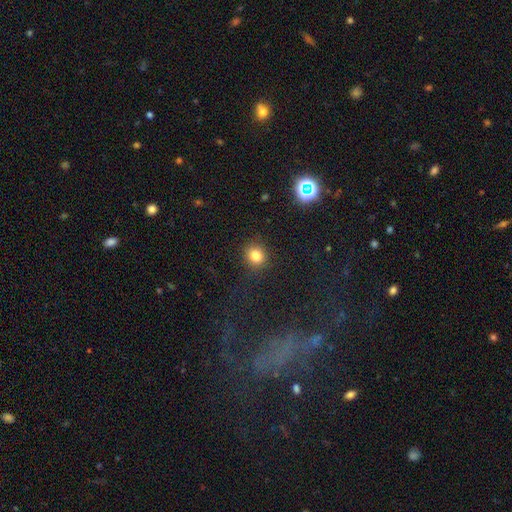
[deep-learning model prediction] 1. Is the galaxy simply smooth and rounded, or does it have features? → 81% smooth, 13% star or artifact, 6% featured or disk.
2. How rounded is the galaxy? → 85% round, 14% in between, 1% cigar-shaped.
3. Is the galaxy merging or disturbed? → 89% none, 7% minor disturbance, 3% major disturbance, 1% merger.